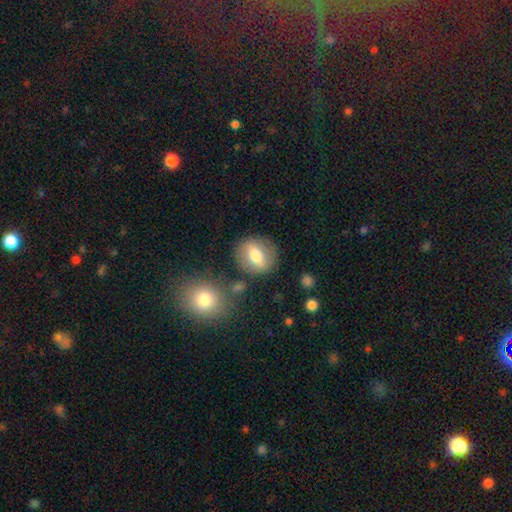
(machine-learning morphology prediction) Smooth or featured? smooth (60%)
How rounded? round (65%)
Merging? none (80%)